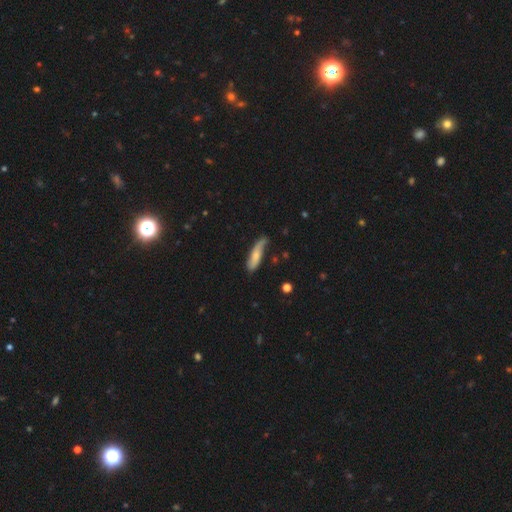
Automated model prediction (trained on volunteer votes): The model was most divided on "smooth or featured": smooth: 57%, featured or disk: 37%, star or artifact: 6%. More confident: how rounded — cigar-shaped (65%); merging — none (54%).